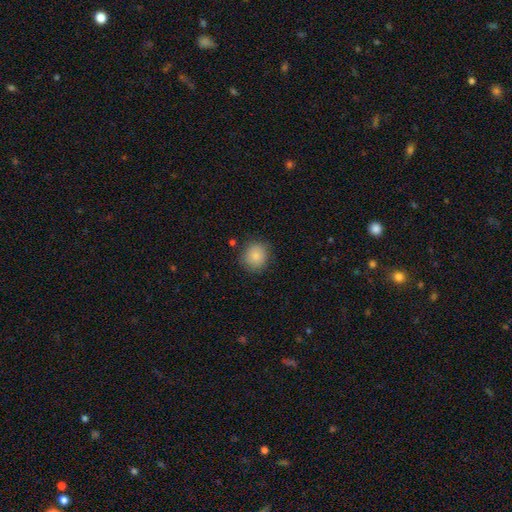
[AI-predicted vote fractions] Overall: smooth (85%). How rounded: round (87%). Merging: none (84%).